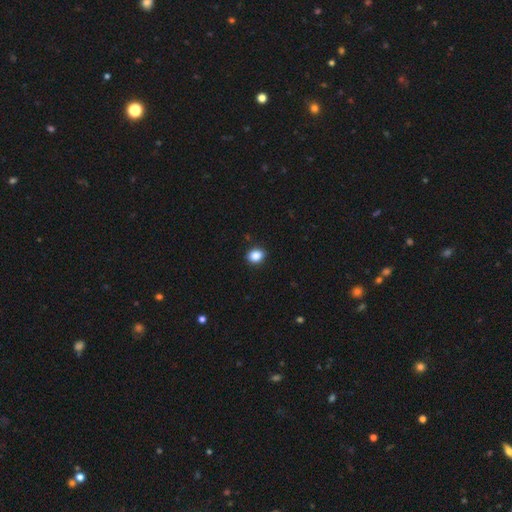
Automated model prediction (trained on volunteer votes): The model was most divided on "how rounded": round: 50%, in between: 49%, cigar-shaped: 1%. More confident: merging — none (88%); smooth or featured — smooth (88%).